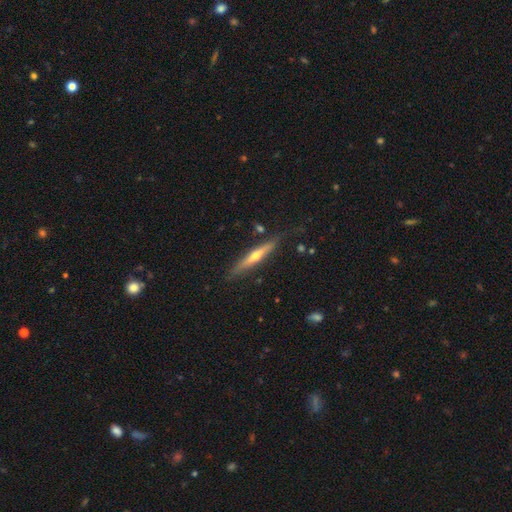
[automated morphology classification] Smooth or featured?
  - featured or disk: 65% *
  - smooth: 29%
  - star or artifact: 6%
Edge-on disk?
  - yes: 95% *
  - no: 5%
Edge-on bulge?
  - rounded: 86% *
  - none: 11%
  - boxy: 3%
Merging?
  - none: 82% *
  - minor disturbance: 13%
  - major disturbance: 3%
  - merger: 2%